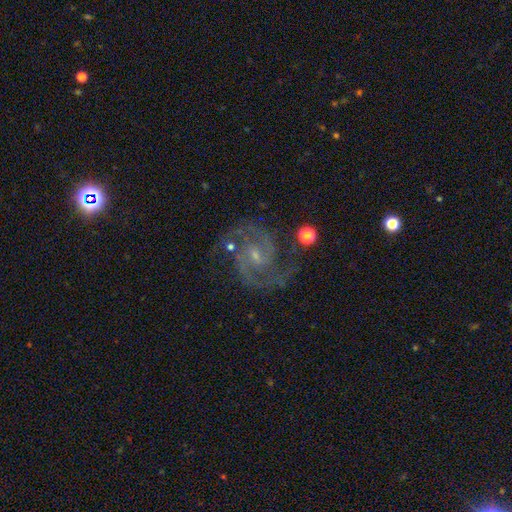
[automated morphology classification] Smooth or featured?
  - featured or disk: 91% *
  - star or artifact: 6%
  - smooth: 3%
Edge-on disk?
  - no: 98% *
  - yes: 2%
Bar?
  - weak: 51% *
  - no: 36%
  - strong: 13%
Spiral arms?
  - yes: 98% *
  - no: 2%
Spiral winding?
  - medium: 61% *
  - tight: 28%
  - loose: 11%
Spiral arm count?
  - 2: 89% *
  - 3: 4%
  - can't tell: 2%
  - 4: 1%
  - 1: 1%
  - more than 4: 1%
Bulge size?
  - small: 70% *
  - moderate: 21%
  - none: 7%
  - large: 1%
  - dominant: 1%
Merging?
  - none: 76% *
  - minor disturbance: 14%
  - major disturbance: 6%
  - merger: 3%